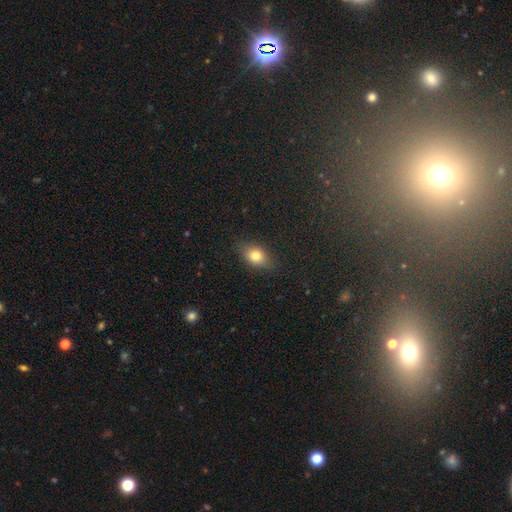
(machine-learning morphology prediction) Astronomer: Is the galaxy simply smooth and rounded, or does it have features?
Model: smooth — 78%.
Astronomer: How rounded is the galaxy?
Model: in between — 71%.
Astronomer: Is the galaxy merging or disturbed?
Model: none — 83%.